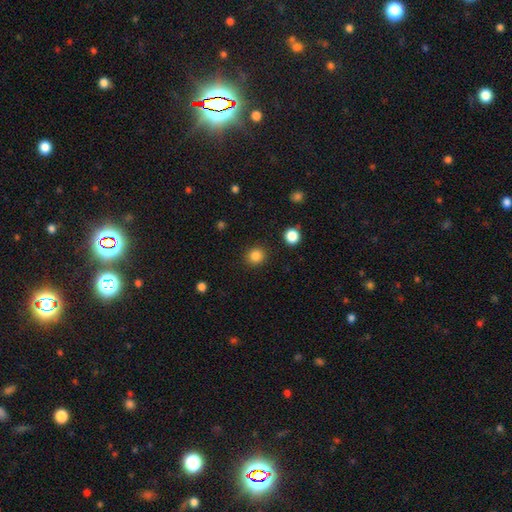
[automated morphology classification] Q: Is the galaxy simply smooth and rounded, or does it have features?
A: smooth — 85%.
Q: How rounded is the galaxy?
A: round — 89%.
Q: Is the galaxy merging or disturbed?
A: none — 90%.